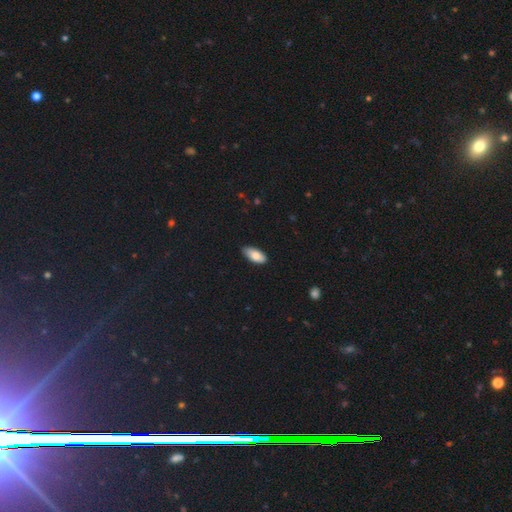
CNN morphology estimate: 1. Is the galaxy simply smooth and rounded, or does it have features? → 79% smooth, 15% featured or disk, 6% star or artifact.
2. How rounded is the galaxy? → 88% in between, 10% cigar-shaped, 2% round.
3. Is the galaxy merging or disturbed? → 82% none, 15% minor disturbance, 2% major disturbance, 1% merger.